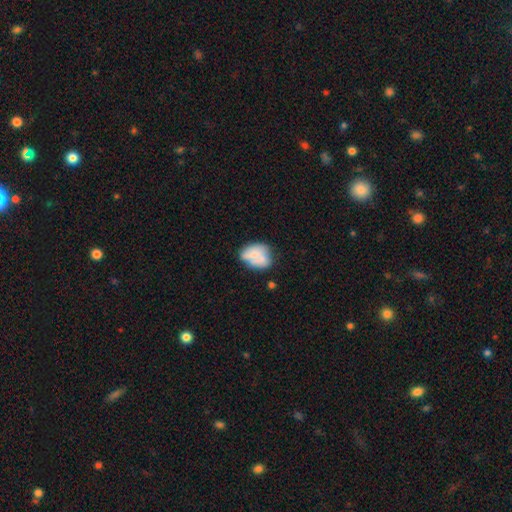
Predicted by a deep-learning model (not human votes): Overall: smooth (59%; featured or disk 33%). How rounded: in between (68%; round 30%). Merging: none (41%; minor disturbance 27%).